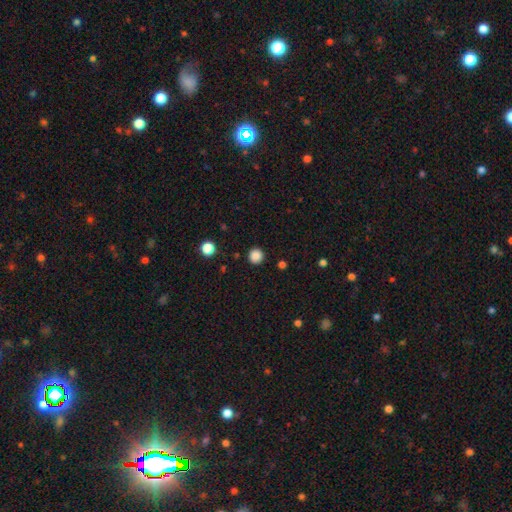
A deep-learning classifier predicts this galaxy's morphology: This is clearly a smooth galaxy (86%). How rounded: clearly round (95%). Merging: clearly none (92%).